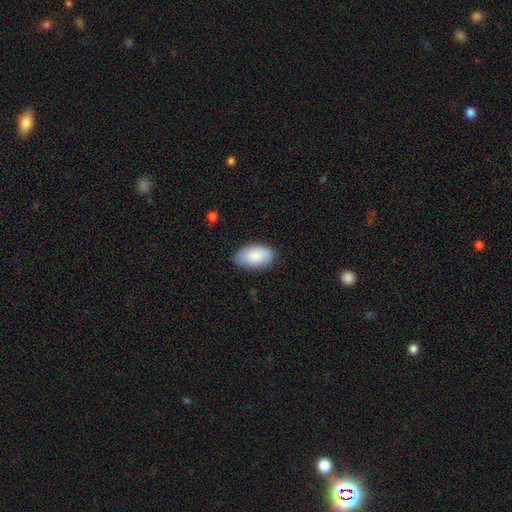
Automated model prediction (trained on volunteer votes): Smooth or featured?
  - smooth: 85% *
  - featured or disk: 9%
  - star or artifact: 6%
How rounded?
  - in between: 95% *
  - round: 4%
  - cigar-shaped: 2%
Merging?
  - none: 78% *
  - minor disturbance: 18%
  - major disturbance: 3%
  - merger: 1%